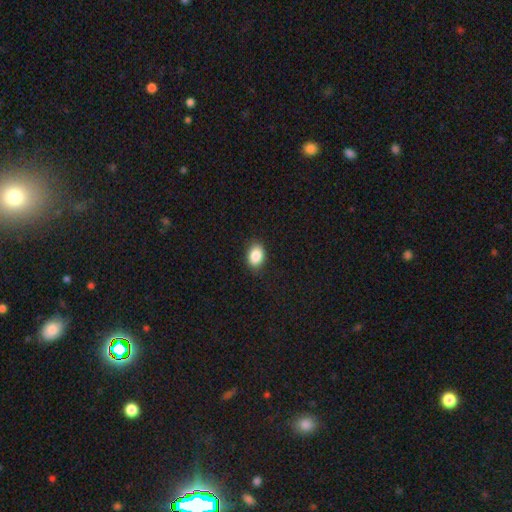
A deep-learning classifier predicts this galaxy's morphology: type=smooth (87%); roundness=in between (77%); merging=none (86%).